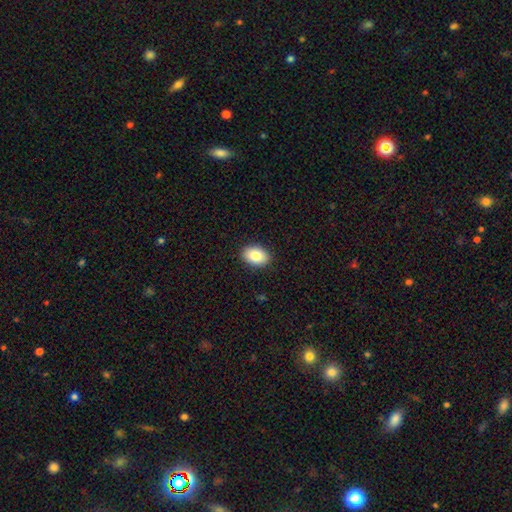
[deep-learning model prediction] smooth-or-featured: smooth: 84% | featured or disk: 9% | star or artifact: 7%
  how-rounded: in between: 84% | round: 15% | cigar-shaped: 1%
  merging: none: 90% | minor disturbance: 8% | major disturbance: 2% | merger: 1%